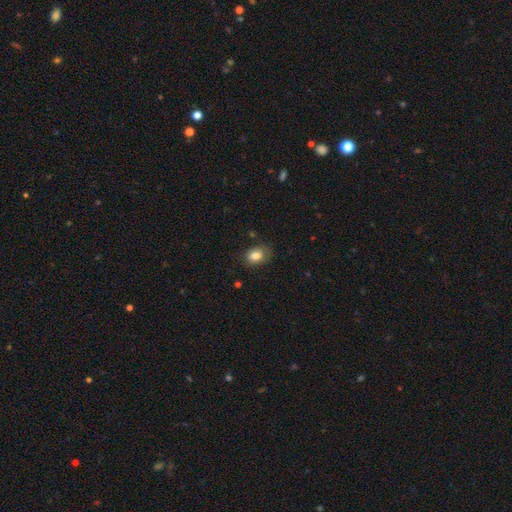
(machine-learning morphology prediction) This appears to be a smooth galaxy with no disk features (82%) that is in between round and cigar-shaped (75%). Merging: none (68%).